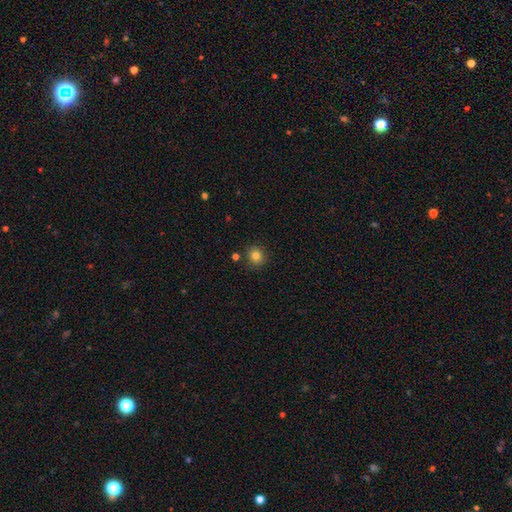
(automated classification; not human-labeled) Smooth or featured: smooth — 82% (star or artifact — 12%)
How rounded: round — 90% (in between — 9%)
Merging: none — 87% (minor disturbance — 8%)